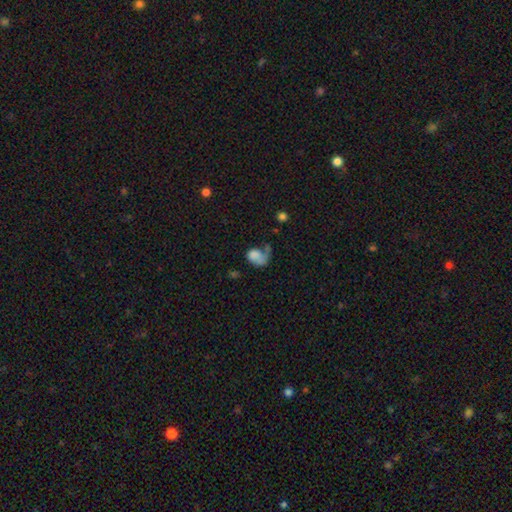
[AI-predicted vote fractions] Q: Smooth or featured?
A: smooth (56%); runner-up: featured or disk (35%)
Q: How rounded?
A: in between (67%); runner-up: round (31%)
Q: Merging?
A: major disturbance (50%); runner-up: none (24%)